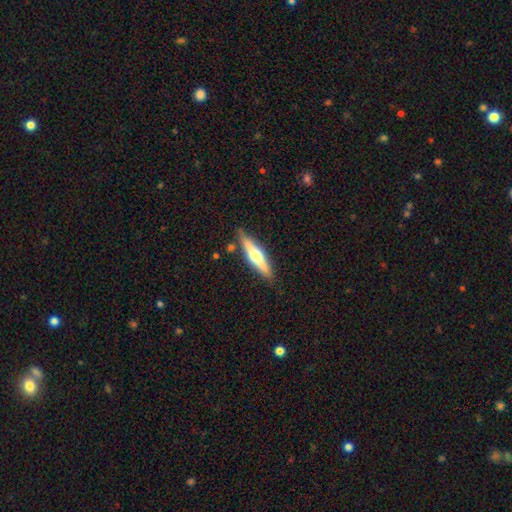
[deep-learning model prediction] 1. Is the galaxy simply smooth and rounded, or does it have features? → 60% featured or disk, 34% smooth, 6% star or artifact.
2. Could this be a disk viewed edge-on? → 95% yes, 5% no.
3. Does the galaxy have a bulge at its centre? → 94% rounded, 3% boxy, 3% none.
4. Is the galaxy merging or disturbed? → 84% none, 11% minor disturbance, 3% merger, 2% major disturbance.